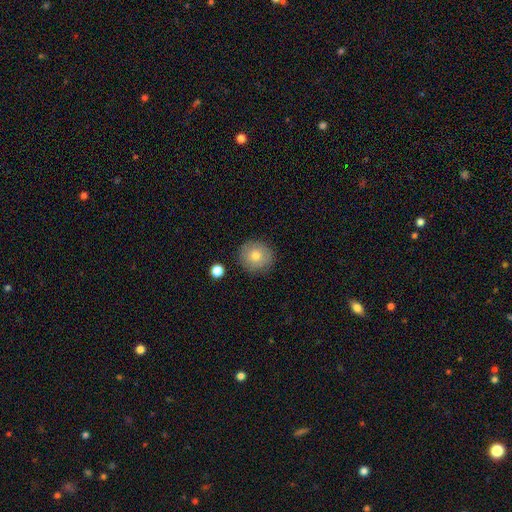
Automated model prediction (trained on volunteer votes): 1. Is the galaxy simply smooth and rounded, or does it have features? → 77% smooth, 14% featured or disk, 9% star or artifact.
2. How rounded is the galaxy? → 92% round, 7% in between, 1% cigar-shaped.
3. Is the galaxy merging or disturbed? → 87% none, 9% minor disturbance, 2% major disturbance, 2% merger.